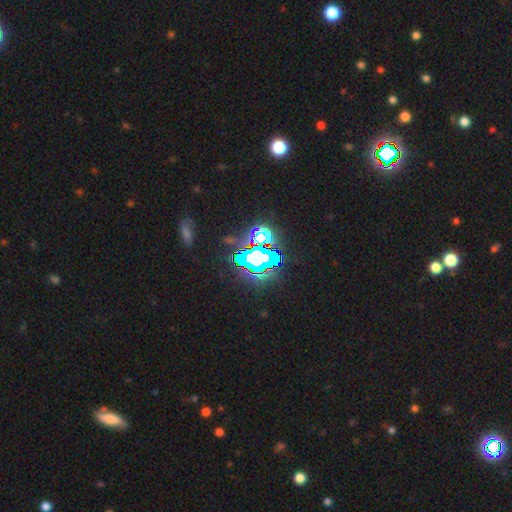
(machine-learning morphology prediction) A star or artifact, not a galaxy (80%).

Vote fractions:
- Smooth or featured? star or artifact: 80% / smooth: 12% / featured or disk: 8%